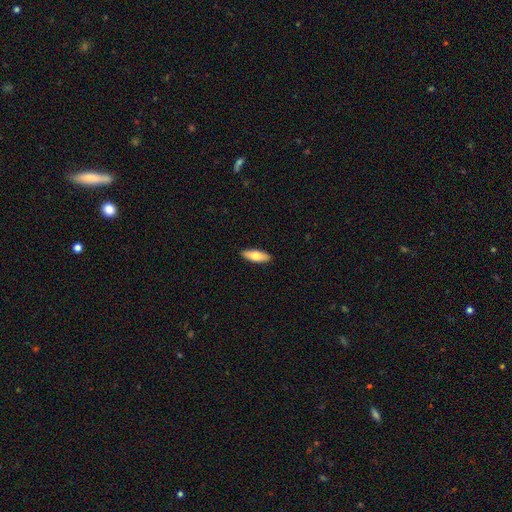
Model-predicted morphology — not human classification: Q: Smooth or featured?
A: smooth (72%); runner-up: featured or disk (22%)
Q: How rounded?
A: in between (64%); runner-up: cigar-shaped (33%)
Q: Merging?
A: none (90%); runner-up: minor disturbance (8%)